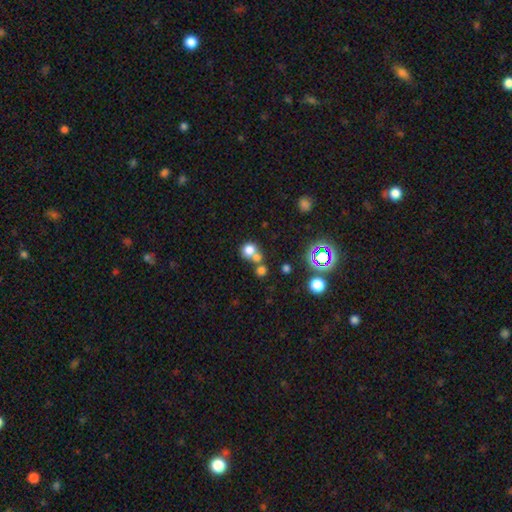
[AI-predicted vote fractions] This is possibly a smooth galaxy (52%). How rounded: clearly round (85%). Merging: likely none (60%).